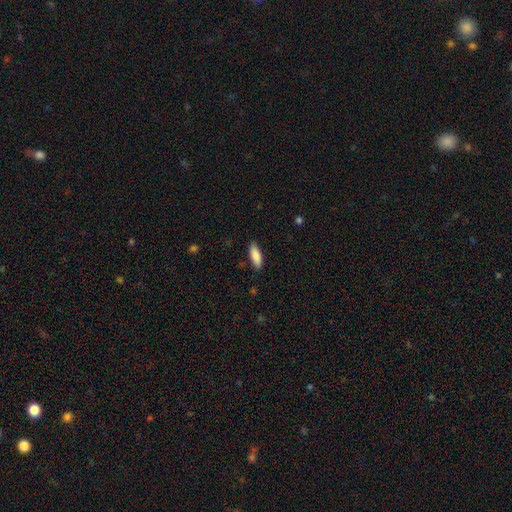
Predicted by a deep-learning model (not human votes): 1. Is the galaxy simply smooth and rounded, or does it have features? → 86% smooth, 8% featured or disk, 6% star or artifact.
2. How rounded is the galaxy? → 61% in between, 37% cigar-shaped, 2% round.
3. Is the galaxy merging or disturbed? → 84% none, 13% minor disturbance, 2% major disturbance, 1% merger.